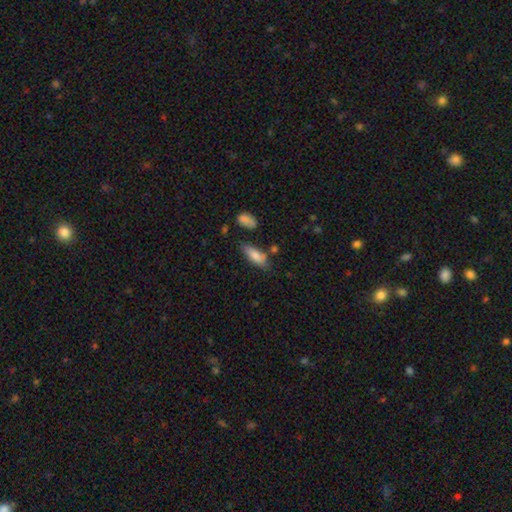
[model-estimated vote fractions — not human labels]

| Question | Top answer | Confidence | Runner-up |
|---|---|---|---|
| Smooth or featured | smooth | 79% | featured or disk (14%) |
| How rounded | in between | 65% | cigar-shaped (33%) |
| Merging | none | 67% | minor disturbance (21%) |